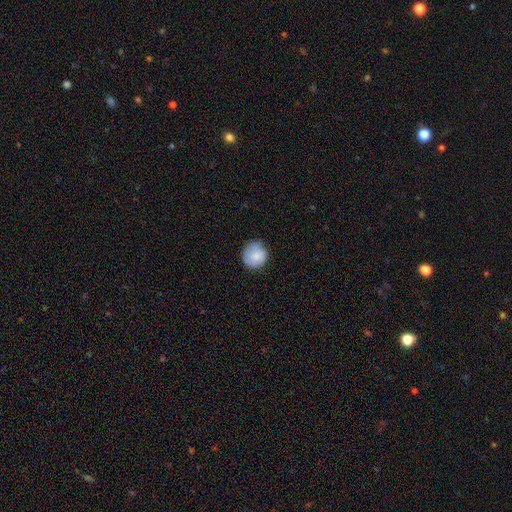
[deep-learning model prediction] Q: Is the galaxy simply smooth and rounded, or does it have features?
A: smooth — 80%.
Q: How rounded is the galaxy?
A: round — 91%.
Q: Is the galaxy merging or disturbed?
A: none — 72%.